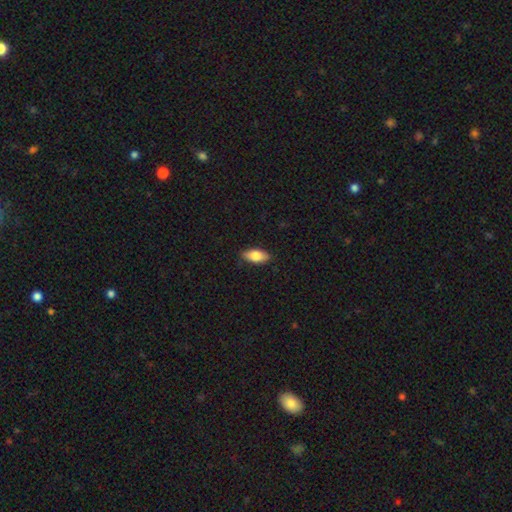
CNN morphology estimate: A smooth galaxy with no disk features (78%) that is in between round and cigar-shaped (86%). Merging: none (87%).